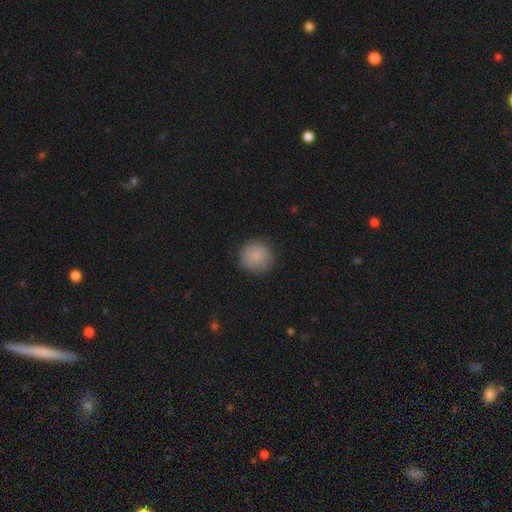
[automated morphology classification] Overall: smooth (84%). How rounded: round (93%). Merging: none (83%).